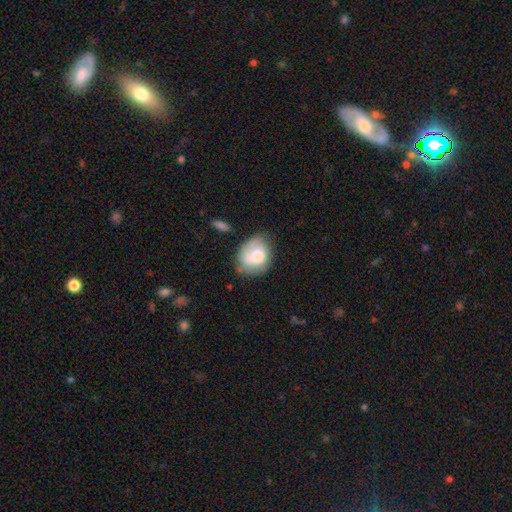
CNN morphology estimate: Overall: smooth (64%; featured or disk 29%). How rounded: in between (51%; round 48%). Merging: none (53%; minor disturbance 29%).